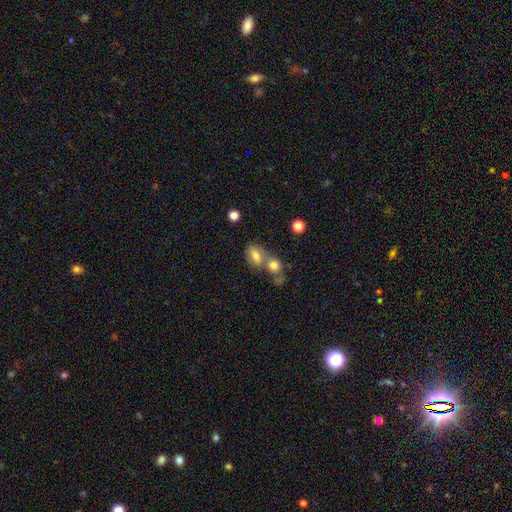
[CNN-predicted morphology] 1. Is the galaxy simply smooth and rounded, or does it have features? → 74% smooth, 16% featured or disk, 10% star or artifact.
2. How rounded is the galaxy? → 76% in between, 21% round, 3% cigar-shaped.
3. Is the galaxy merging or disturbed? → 57% merger, 29% none, 9% minor disturbance, 5% major disturbance.